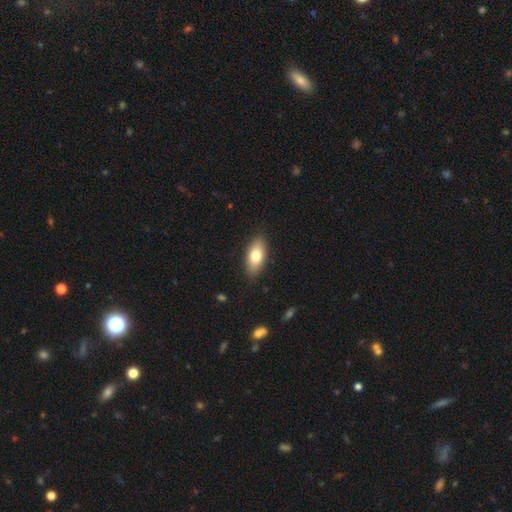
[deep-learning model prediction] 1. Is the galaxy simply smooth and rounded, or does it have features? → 77% smooth, 16% featured or disk, 6% star or artifact.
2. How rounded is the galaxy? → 87% in between, 10% cigar-shaped, 3% round.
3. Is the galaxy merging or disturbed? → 87% none, 10% minor disturbance, 2% major disturbance, 1% merger.